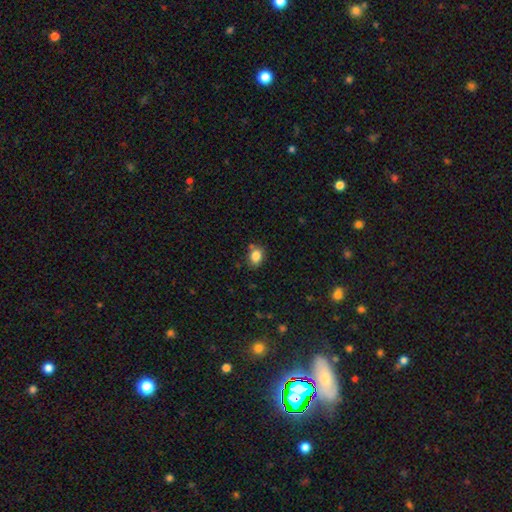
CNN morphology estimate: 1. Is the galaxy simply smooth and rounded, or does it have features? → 84% smooth, 10% star or artifact, 6% featured or disk.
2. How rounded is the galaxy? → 65% in between, 34% round, 1% cigar-shaped.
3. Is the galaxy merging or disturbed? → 74% none, 16% minor disturbance, 6% merger, 4% major disturbance.